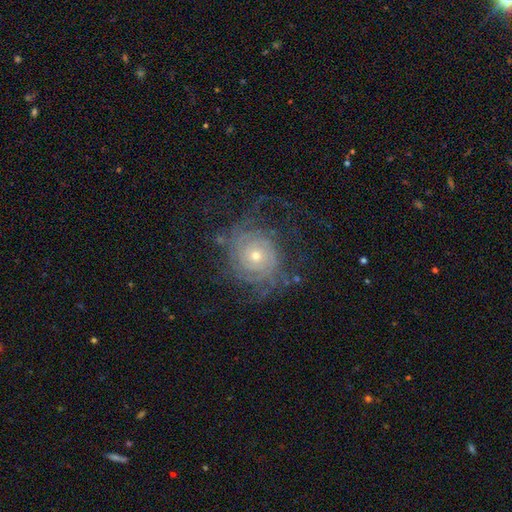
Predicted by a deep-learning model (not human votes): Q: Smooth or featured?
A: featured or disk (83%); runner-up: smooth (9%)
Q: Edge-on disk?
A: no (97%); runner-up: yes (3%)
Q: Bar?
A: no (80%); runner-up: weak (15%)
Q: Spiral arms?
A: yes (94%); runner-up: no (6%)
Q: Spiral winding?
A: tight (72%); runner-up: medium (20%)
Q: Spiral arm count?
A: can't tell (37%); runner-up: 2 (19%)
Q: Bulge size?
A: small (55%); runner-up: moderate (41%)
Q: Merging?
A: none (65%); runner-up: major disturbance (18%)